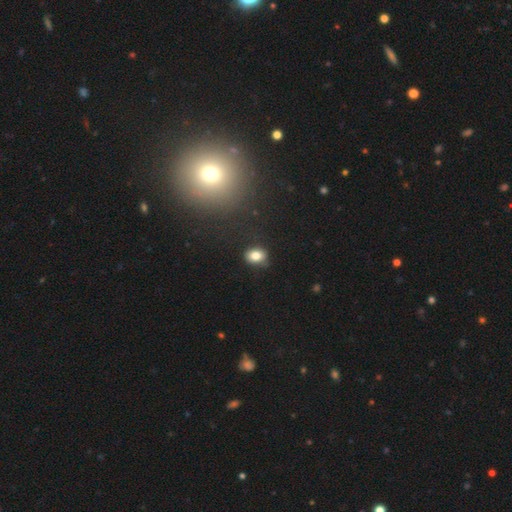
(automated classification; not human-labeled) A smooth galaxy with no disk features (82%) that is in between round and cigar-shaped (68%).

Vote fractions:
- Smooth or featured? smooth: 82% / star or artifact: 10% / featured or disk: 8%
- How rounded? in between: 68% / round: 31% / cigar-shaped: 1%
- Merging? none: 78% / minor disturbance: 16% / major disturbance: 4% / merger: 2%